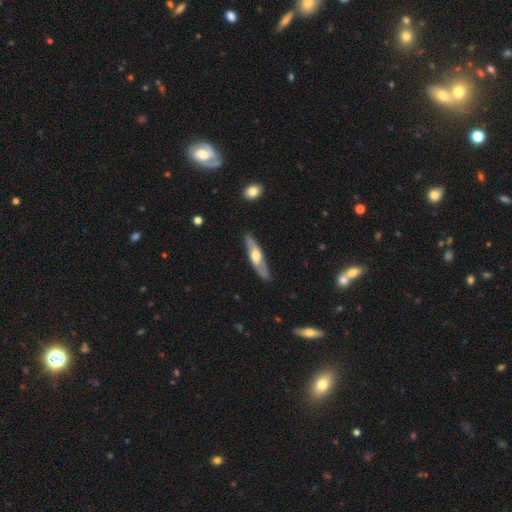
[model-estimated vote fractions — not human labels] featured or disk 56%, smooth 39%, star or artifact 5%. Down the decision tree: edge-on disk — yes (64%); merging — none (83%).